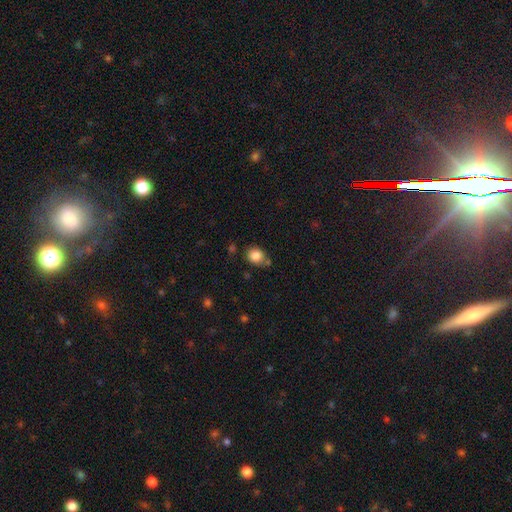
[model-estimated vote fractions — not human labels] Q: Smooth or featured?
A: smooth (85%); runner-up: star or artifact (9%)
Q: How rounded?
A: round (66%); runner-up: in between (33%)
Q: Merging?
A: none (65%); runner-up: minor disturbance (20%)